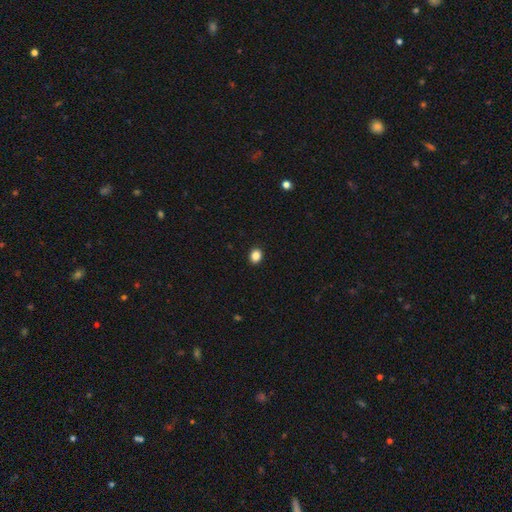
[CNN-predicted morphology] Smooth or featured? Predicted: smooth (p=0.87). How rounded? Predicted: round (p=0.61). Merging? Predicted: none (p=0.93).